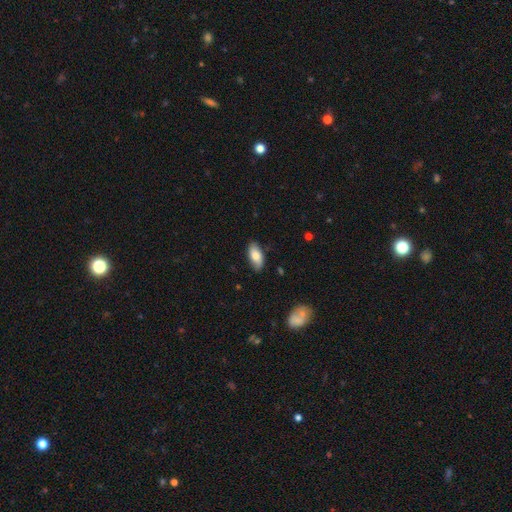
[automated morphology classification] Smooth or featured? Predicted: smooth (p=0.76). How rounded? Predicted: in between (p=0.90). Merging? Predicted: none (p=0.80).